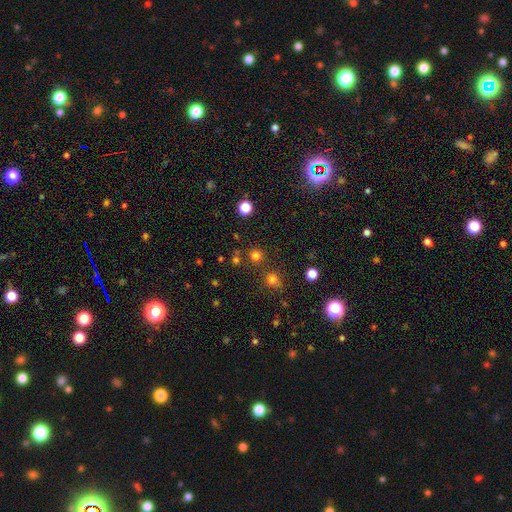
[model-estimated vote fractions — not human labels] Smooth or featured: smooth — 72% (star or artifact — 22%)
How rounded: round — 93% (in between — 6%)
Merging: none — 80% (merger — 9%)